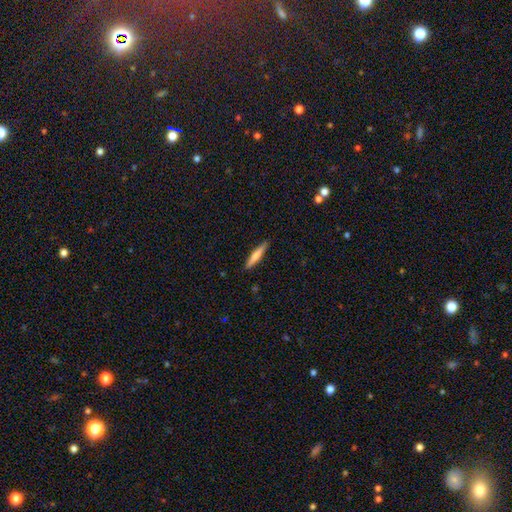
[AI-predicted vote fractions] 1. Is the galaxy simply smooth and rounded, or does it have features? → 69% smooth, 26% featured or disk, 5% star or artifact.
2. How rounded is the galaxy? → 91% cigar-shaped, 8% in between, 1% round.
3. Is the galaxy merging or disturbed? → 90% none, 8% minor disturbance, 2% major disturbance, 1% merger.